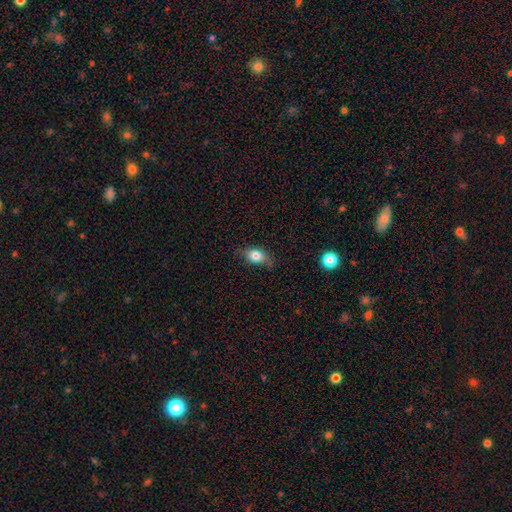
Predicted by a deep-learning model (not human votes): smooth_or_featured: smooth (p=0.78) [alt: featured or disk p=0.13]
how_rounded: in between (p=0.77) [alt: round p=0.18]
merging: none (p=0.72) [alt: minor disturbance p=0.22]